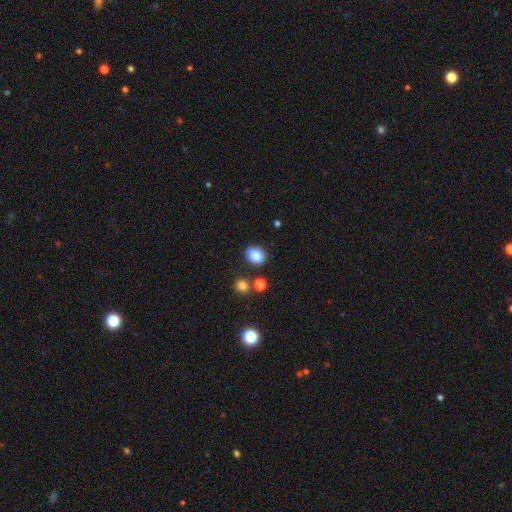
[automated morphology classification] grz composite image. It shows a smooth galaxy with no disk features (86%) that is in between round and cigar-shaped (65%). Merging: none (82%).